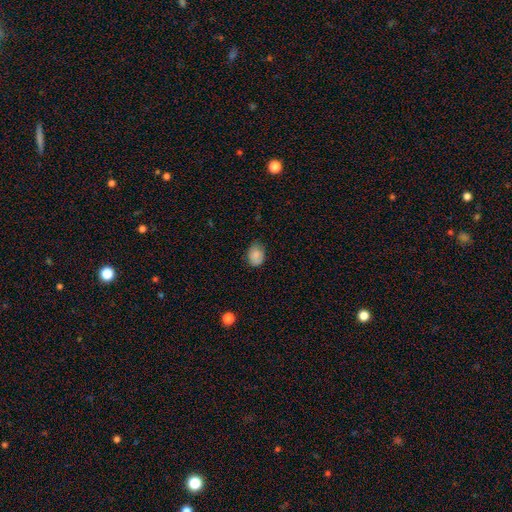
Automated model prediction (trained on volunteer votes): Smooth or featured? Predicted: smooth (p=0.85). How rounded? Predicted: in between (p=0.63). Merging? Predicted: none (p=0.70).